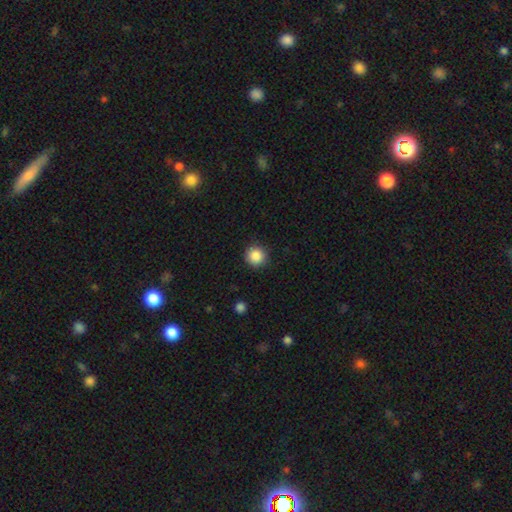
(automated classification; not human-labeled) smooth 87%, star or artifact 10%, featured or disk 3%. Down the decision tree: how rounded — round (95%); merging — none (90%).